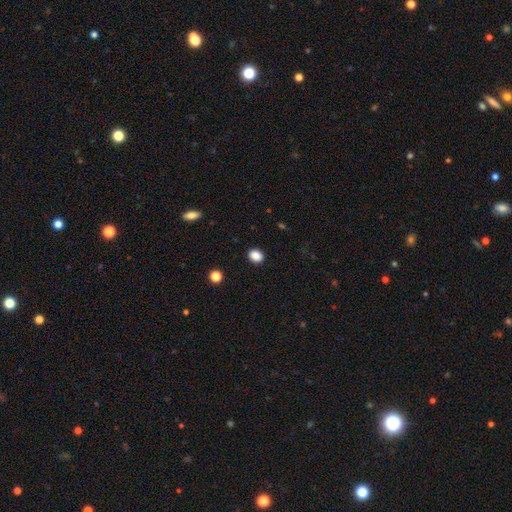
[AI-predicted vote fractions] smooth_or_featured: smooth (p=0.88) [alt: star or artifact p=0.10]
how_rounded: in between (p=0.51) [alt: round p=0.48]
merging: none (p=0.90) [alt: minor disturbance p=0.07]